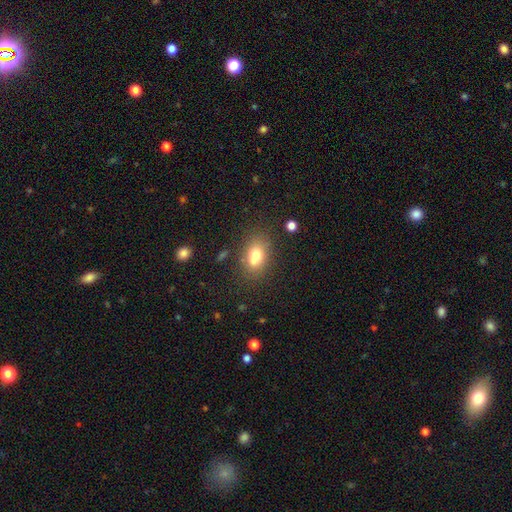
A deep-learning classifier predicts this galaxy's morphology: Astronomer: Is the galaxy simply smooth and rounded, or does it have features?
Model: smooth — 75%.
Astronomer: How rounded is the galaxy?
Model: in between — 78%.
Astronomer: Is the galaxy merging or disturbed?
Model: none — 67%.